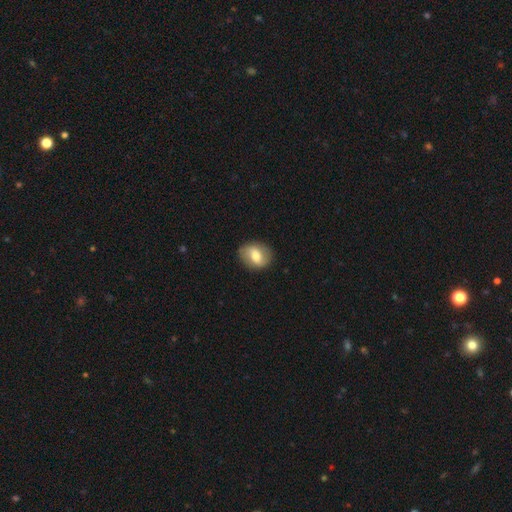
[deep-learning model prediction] The model was most divided on "how rounded": in between: 56%, round: 43%, cigar-shaped: 2%. More confident: merging — none (84%); smooth or featured — smooth (59%).